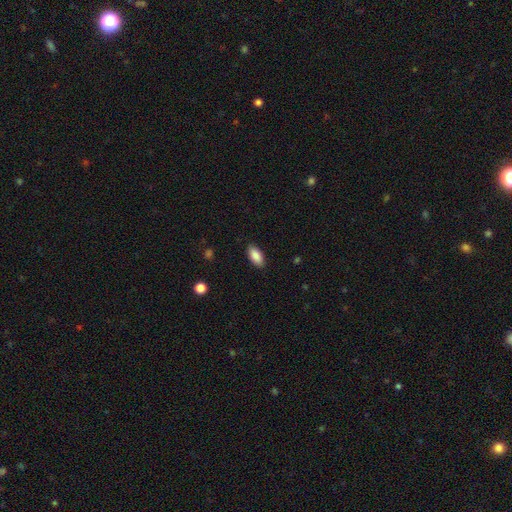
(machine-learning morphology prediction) Smooth or featured? Predicted: smooth (p=0.88). How rounded? Predicted: in between (p=0.92). Merging? Predicted: none (p=0.87).